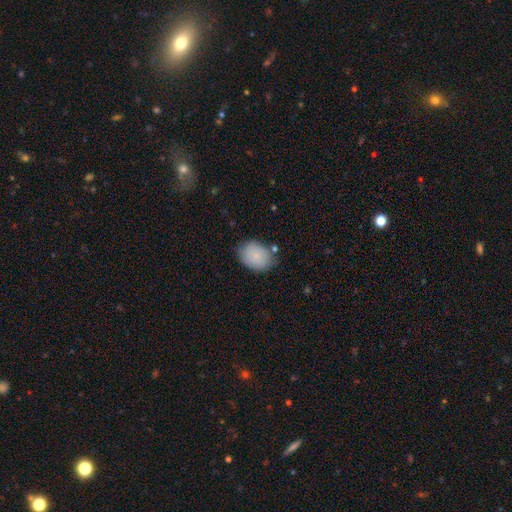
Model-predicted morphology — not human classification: type=smooth (80%); roundness=in between (63%); merging=none (71%).